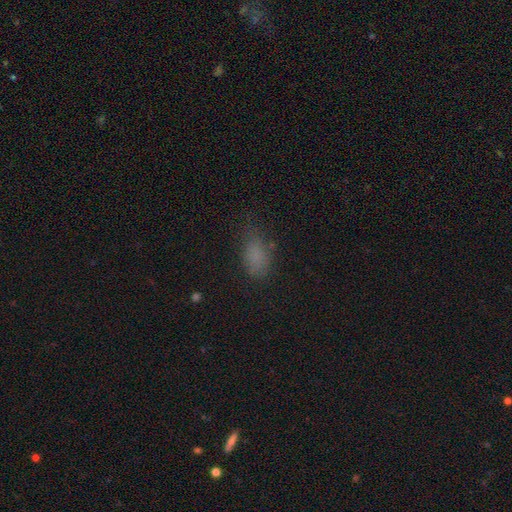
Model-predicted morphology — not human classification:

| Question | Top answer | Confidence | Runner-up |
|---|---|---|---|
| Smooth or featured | smooth | 76% | star or artifact (16%) |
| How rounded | in between | 87% | round (8%) |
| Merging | none | 60% | minor disturbance (26%) |